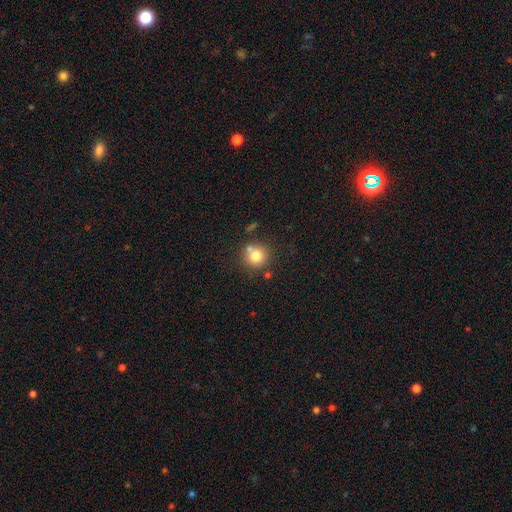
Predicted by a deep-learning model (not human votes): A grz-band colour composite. It shows a smooth galaxy with no disk features (78%) that is round (91%). Merging: none (69%).